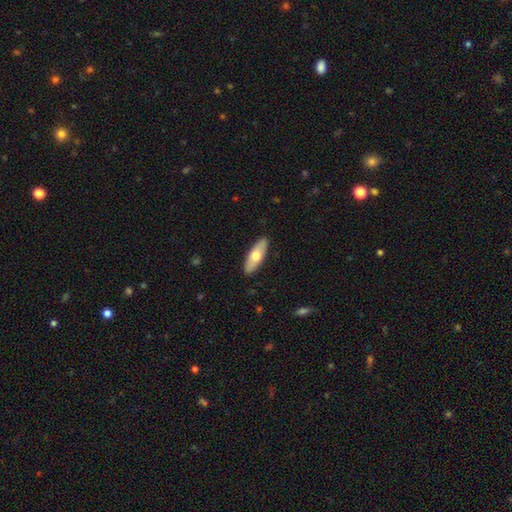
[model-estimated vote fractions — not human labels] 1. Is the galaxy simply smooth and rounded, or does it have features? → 63% smooth, 32% featured or disk, 5% star or artifact.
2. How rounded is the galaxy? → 63% in between, 35% cigar-shaped, 2% round.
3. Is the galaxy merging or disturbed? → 90% none, 8% minor disturbance, 2% major disturbance, 1% merger.